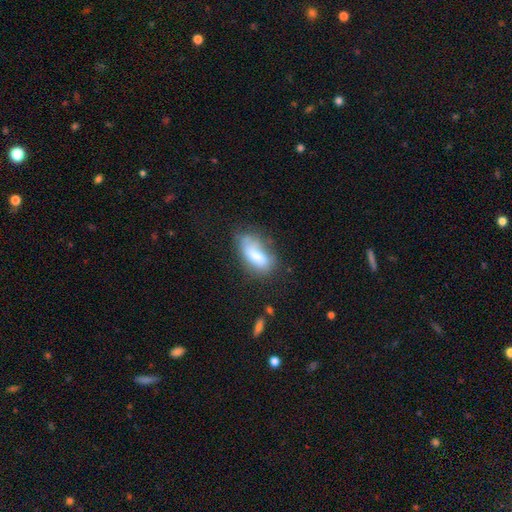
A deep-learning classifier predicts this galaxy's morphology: The model was most divided on "merging": none: 45%, minor disturbance: 32%, major disturbance: 16%, merger: 6%. More confident: how rounded — in between (86%); smooth or featured — smooth (73%).